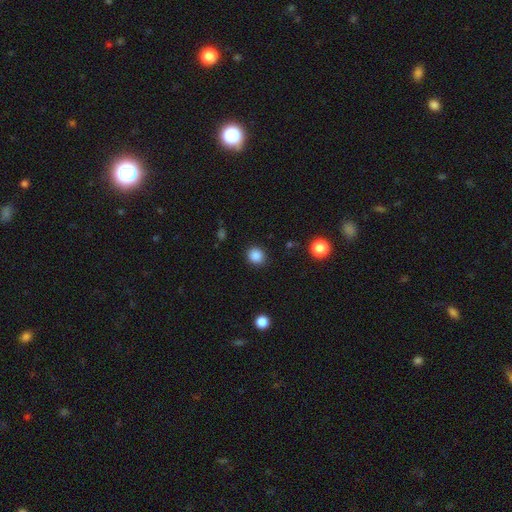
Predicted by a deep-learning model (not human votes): Morphology: type=smooth (86%); roundness=round (84%); merging=none (90%).